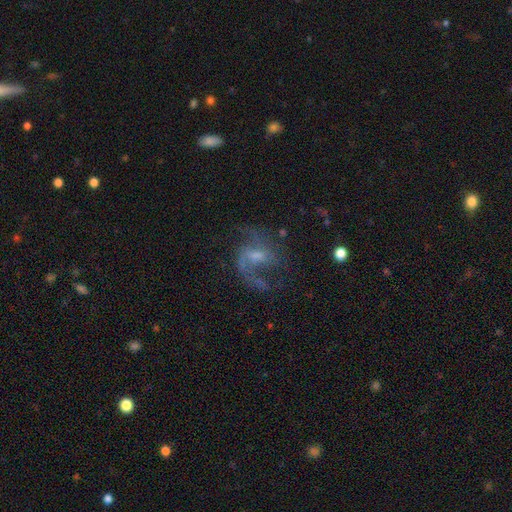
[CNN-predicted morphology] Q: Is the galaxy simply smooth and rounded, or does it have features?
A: featured or disk — 81%.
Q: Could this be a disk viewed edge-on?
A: no — 97%.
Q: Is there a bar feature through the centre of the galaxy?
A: weak — 49%.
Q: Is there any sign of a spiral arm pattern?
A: yes — 92%.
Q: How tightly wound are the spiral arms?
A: loose — 46%.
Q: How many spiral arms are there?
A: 2 — 61%.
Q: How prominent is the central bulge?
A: small — 49%.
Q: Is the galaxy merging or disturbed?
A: none — 55%.